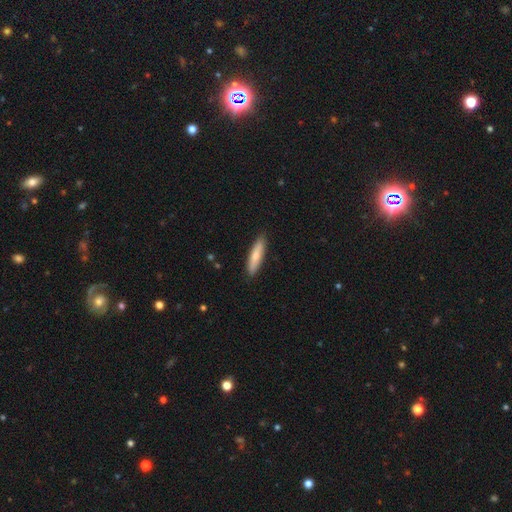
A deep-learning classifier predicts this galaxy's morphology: smooth 72%, featured or disk 22%, star or artifact 5%. Down the decision tree: how rounded — cigar-shaped (75%); merging — none (88%).